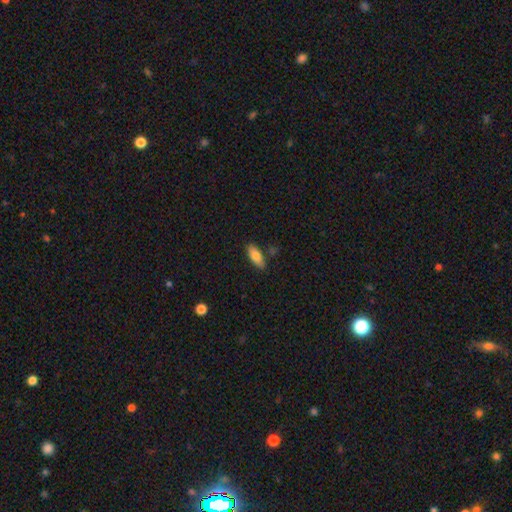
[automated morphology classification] smooth 81%, featured or disk 12%, star or artifact 7%. Down the decision tree: how rounded — in between (77%); merging — none (81%).